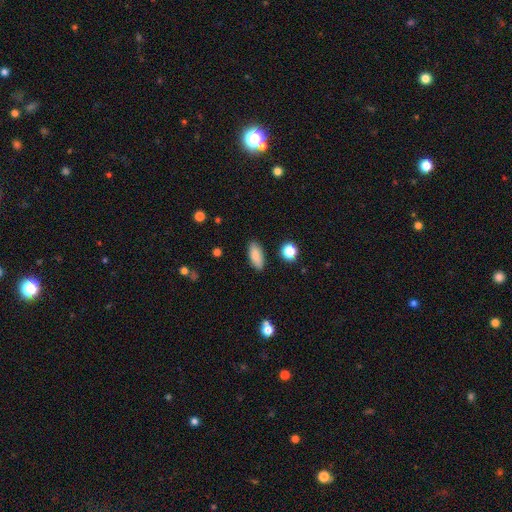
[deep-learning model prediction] The model was most divided on "how rounded": in between: 80%, cigar-shaped: 17%, round: 3%. More confident: merging — none (87%); smooth or featured — smooth (85%).